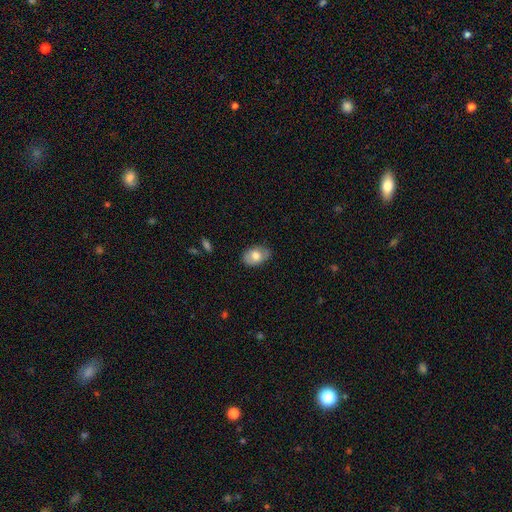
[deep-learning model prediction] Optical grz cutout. It shows a smooth galaxy with no disk features (73%) that is in between round and cigar-shaped (85%). Merging: none (75%).